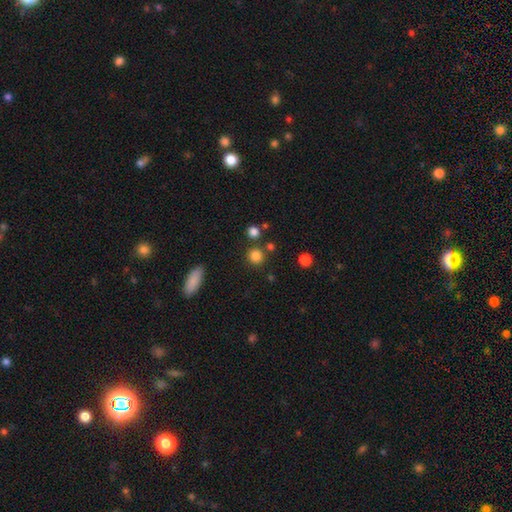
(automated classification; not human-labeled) smooth 82%, star or artifact 14%, featured or disk 5%. Down the decision tree: how rounded — round (92%); merging — none (82%).